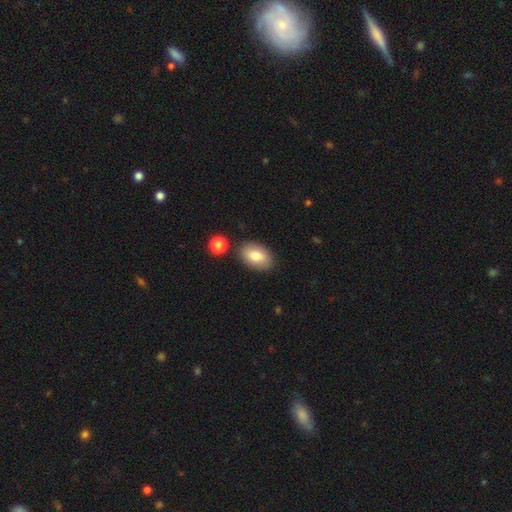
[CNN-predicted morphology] type=smooth (79%); roundness=in between (90%); merging=none (83%).